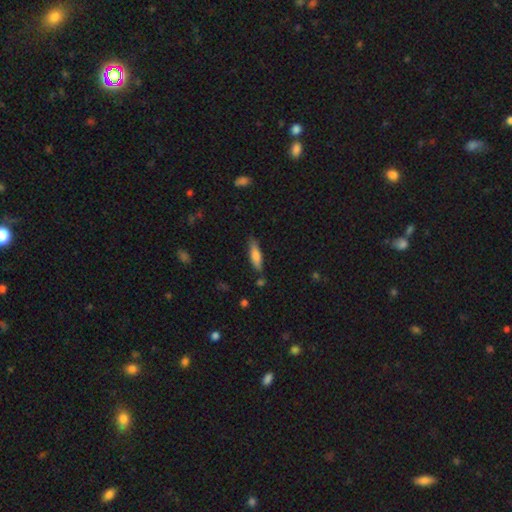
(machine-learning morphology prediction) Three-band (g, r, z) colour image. It shows a smooth galaxy with no disk features (70%) that is cigar-shaped (63%). Merging: none (77%).